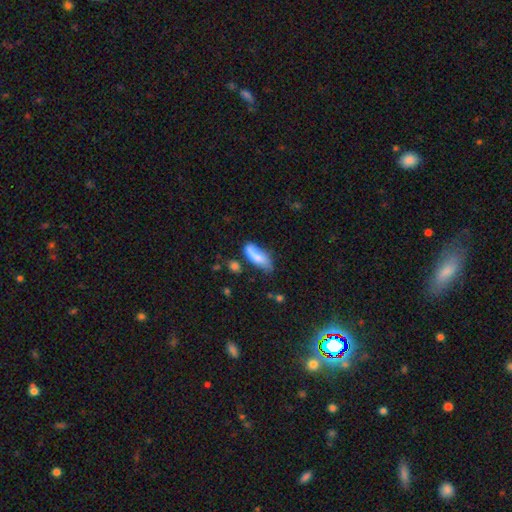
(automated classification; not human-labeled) This appears to be a smooth galaxy with no disk features (72%) that is in between round and cigar-shaped (71%). Merging: none (51%).